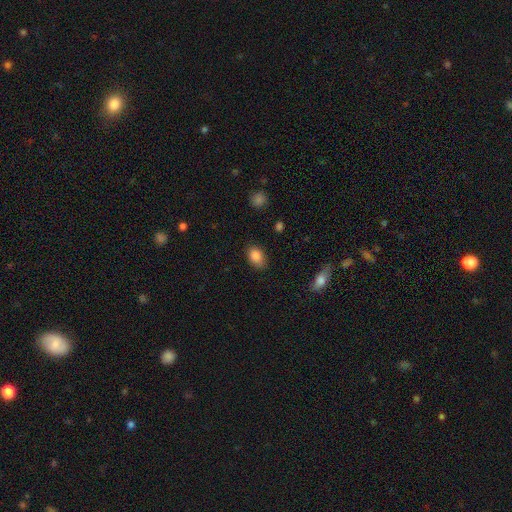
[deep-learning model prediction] smooth-or-featured: smooth: 86% | star or artifact: 8% | featured or disk: 6%
  how-rounded: in between: 86% | round: 13% | cigar-shaped: 1%
  merging: none: 80% | minor disturbance: 15% | major disturbance: 3% | merger: 1%